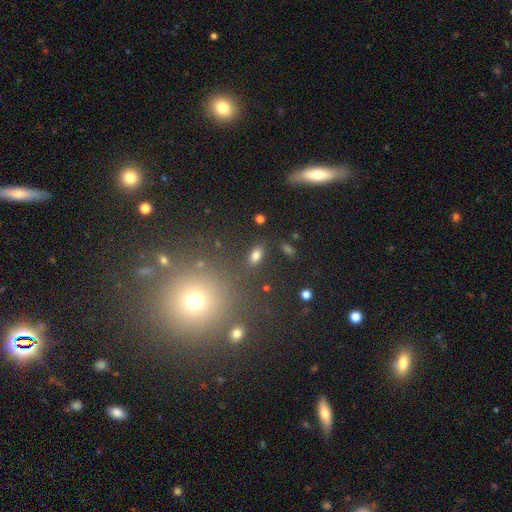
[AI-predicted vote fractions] Smooth or featured: smooth — 79% (star or artifact — 13%)
How rounded: in between — 89% (round — 7%)
Merging: none — 84% (minor disturbance — 9%)